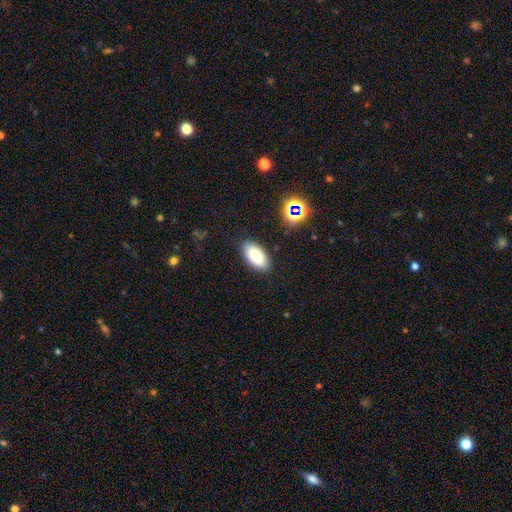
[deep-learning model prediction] A smooth galaxy with no disk features (81%) that is in between round and cigar-shaped (94%). Merging: none (87%).